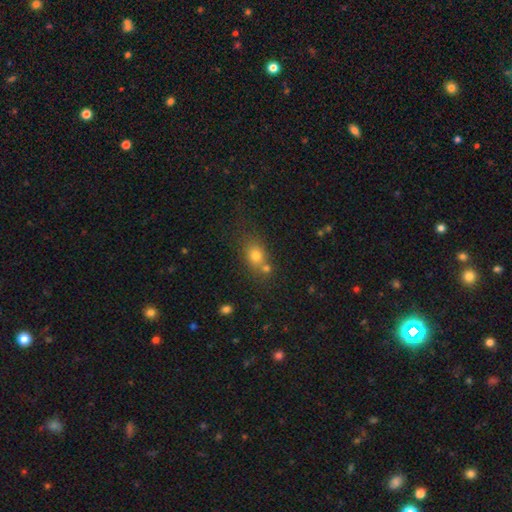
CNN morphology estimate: Smooth or featured? Predicted: smooth (p=0.75). How rounded? Predicted: in between (p=0.55). Merging? Predicted: none (p=0.53).